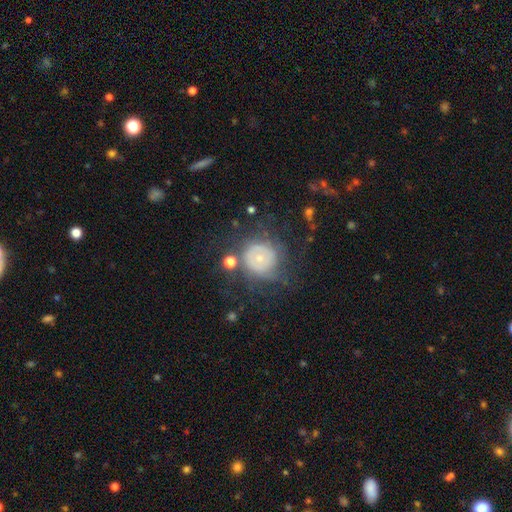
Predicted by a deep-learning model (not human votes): featured or disk 46%, smooth 39%, star or artifact 15%. Down the decision tree: merging — none (58%).